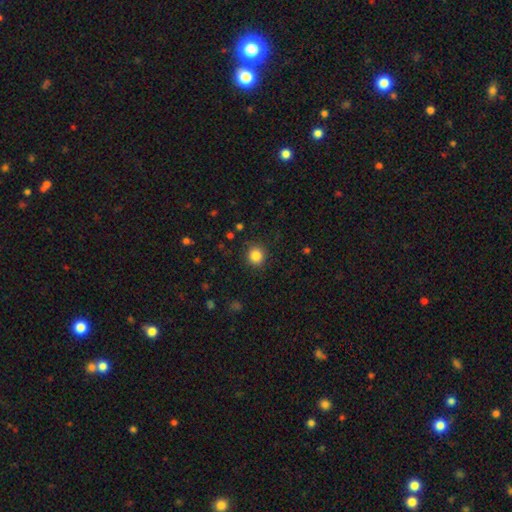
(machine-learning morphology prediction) This appears to be a smooth galaxy with no disk features (85%) that is round (90%). Merging: none (89%).